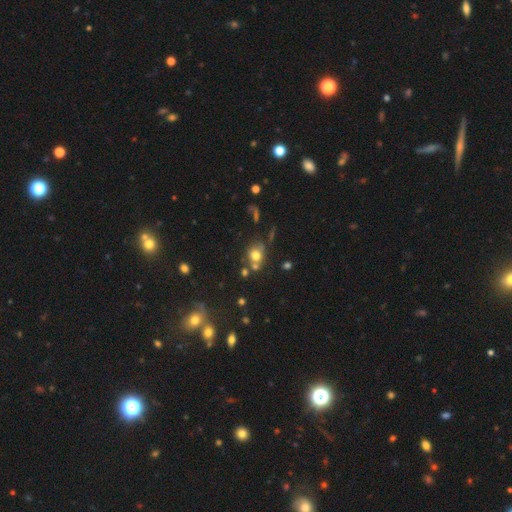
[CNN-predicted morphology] This is likely a smooth galaxy (71%). How rounded: likely round (69%). Merging: possibly none (53%).